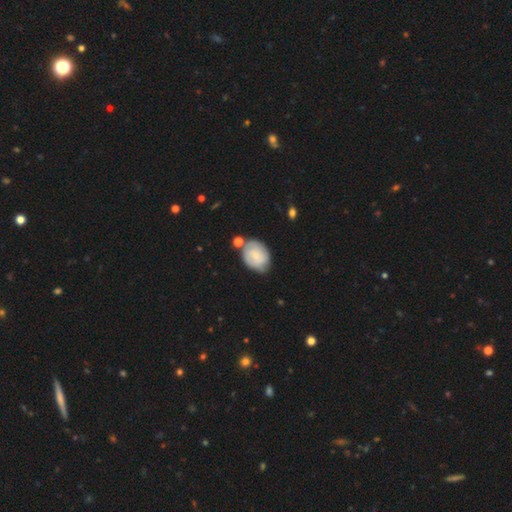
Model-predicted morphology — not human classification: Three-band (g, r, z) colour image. It shows a smooth galaxy with no disk features (63%) that is in between round and cigar-shaped (73%). Merging: none (56%).